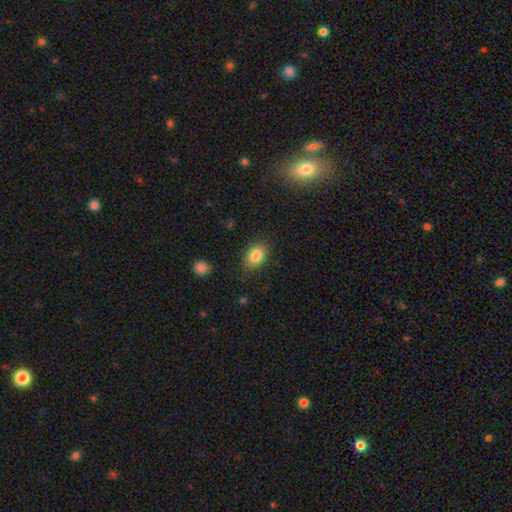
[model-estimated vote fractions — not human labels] Smooth or featured: smooth — 83% (star or artifact — 9%)
How rounded: in between — 79% (round — 20%)
Merging: none — 82% (minor disturbance — 13%)